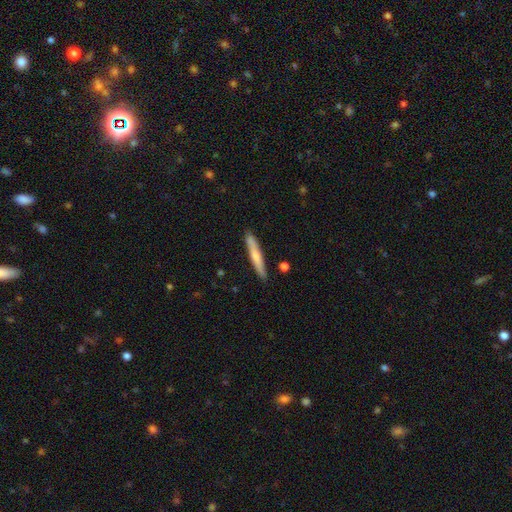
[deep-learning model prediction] Q: Smooth or featured?
A: smooth (55%); runner-up: featured or disk (40%)
Q: How rounded?
A: cigar-shaped (94%); runner-up: in between (5%)
Q: Merging?
A: none (88%); runner-up: minor disturbance (9%)